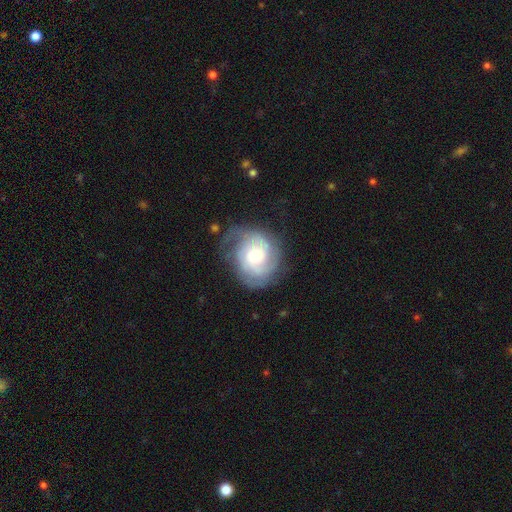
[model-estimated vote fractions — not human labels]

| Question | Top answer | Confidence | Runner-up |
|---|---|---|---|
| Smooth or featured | featured or disk | 77% | smooth (17%) |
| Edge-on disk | no | 98% | yes (2%) |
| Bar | no | 66% | weak (29%) |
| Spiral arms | yes | 93% | no (7%) |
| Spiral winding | tight | 52% | medium (35%) |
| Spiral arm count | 2 | 33% | can't tell (28%) |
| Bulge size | moderate | 63% | small (27%) |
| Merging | none | 63% | minor disturbance (22%) |